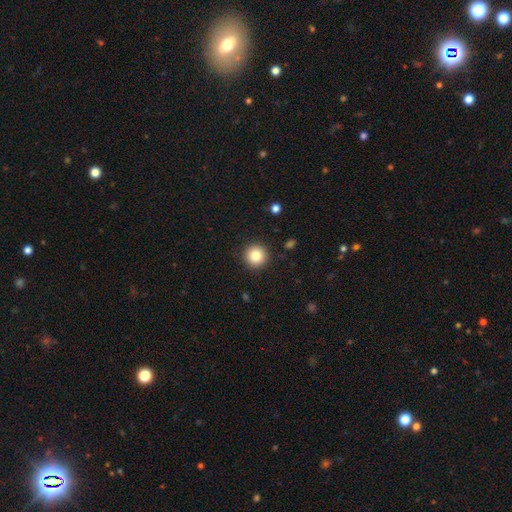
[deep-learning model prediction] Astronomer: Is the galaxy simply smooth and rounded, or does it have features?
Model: smooth — 84%.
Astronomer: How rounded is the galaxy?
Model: round — 95%.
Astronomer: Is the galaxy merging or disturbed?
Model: none — 92%.